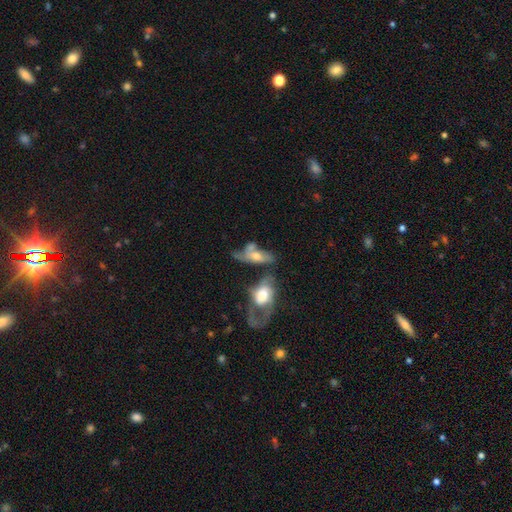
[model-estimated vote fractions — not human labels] A featured or disk galaxy (48%). Merging: merger (40%).